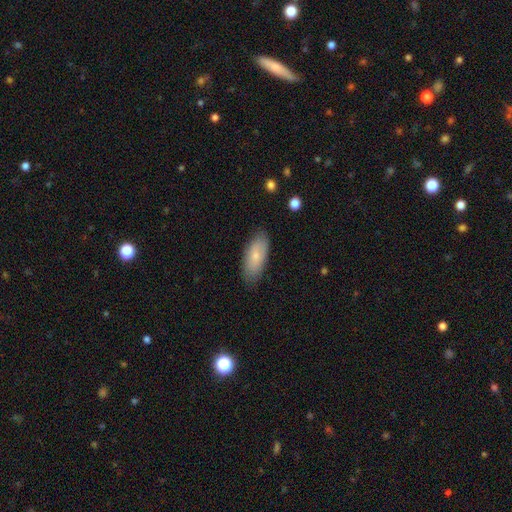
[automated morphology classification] smooth-or-featured: smooth: 74% | featured or disk: 20% | star or artifact: 6%
  how-rounded: in between: 86% | cigar-shaped: 12% | round: 2%
  merging: none: 83% | minor disturbance: 14% | major disturbance: 3% | merger: 1%